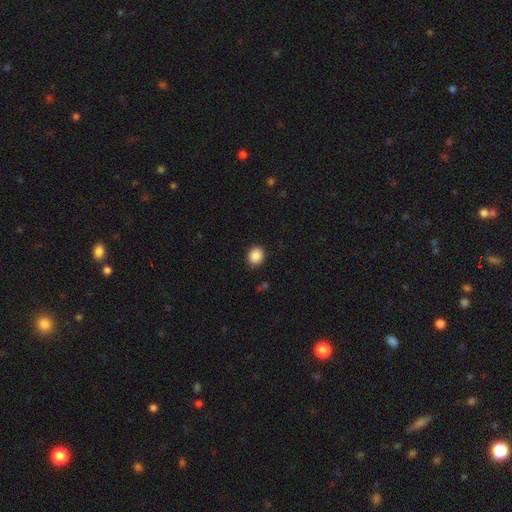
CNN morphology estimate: smooth 89%, star or artifact 9%, featured or disk 3%. Down the decision tree: how rounded — round (69%); merging — none (90%).